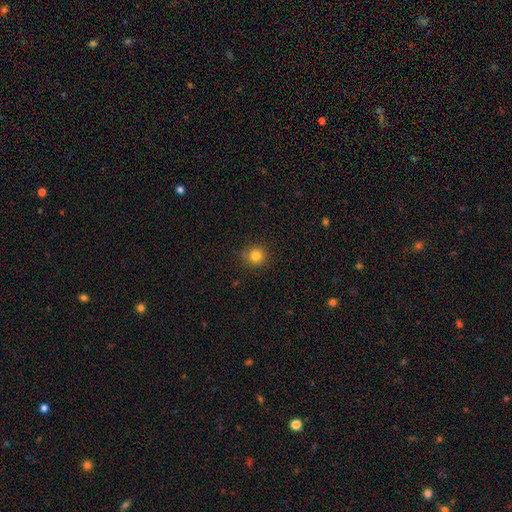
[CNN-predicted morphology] This appears to be a smooth galaxy with no disk features (82%) that is round (93%). Merging: none (87%).